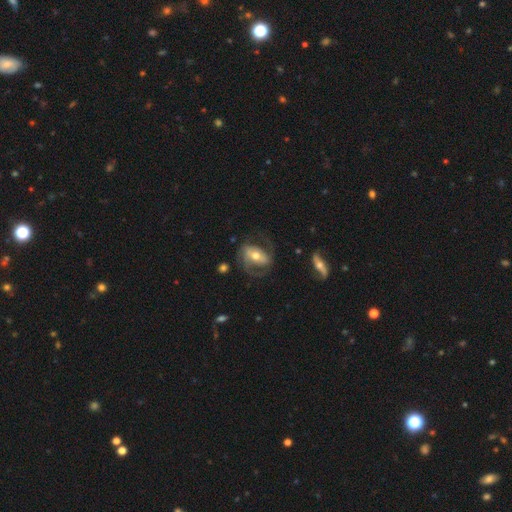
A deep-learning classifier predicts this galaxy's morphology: Smooth or featured? Predicted: featured or disk (p=0.75). Edge-on disk? Predicted: no (p=0.95). Bar? Predicted: strong (p=0.43). Spiral arms? Predicted: yes (p=0.87). Spiral winding? Predicted: medium (p=0.48). Spiral arm count? Predicted: 2 (p=0.81). Bulge size? Predicted: moderate (p=0.67). Merging? Predicted: none (p=0.60).